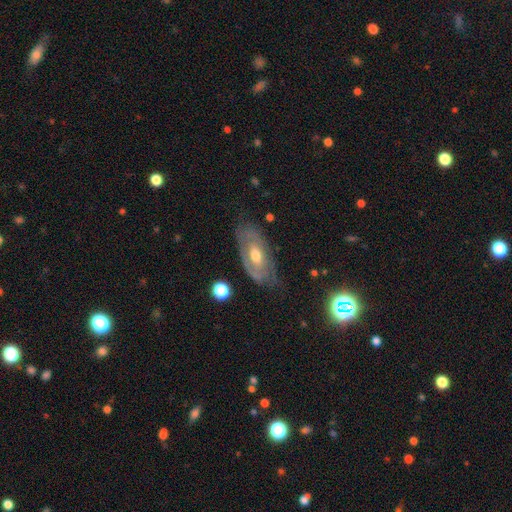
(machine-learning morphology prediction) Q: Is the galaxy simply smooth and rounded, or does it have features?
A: featured or disk — 69%.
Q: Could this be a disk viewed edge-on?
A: no — 87%.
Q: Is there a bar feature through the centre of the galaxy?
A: no — 64%.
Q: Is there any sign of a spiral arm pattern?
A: yes — 61%.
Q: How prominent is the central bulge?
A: moderate — 72%.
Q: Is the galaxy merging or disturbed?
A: none — 66%.